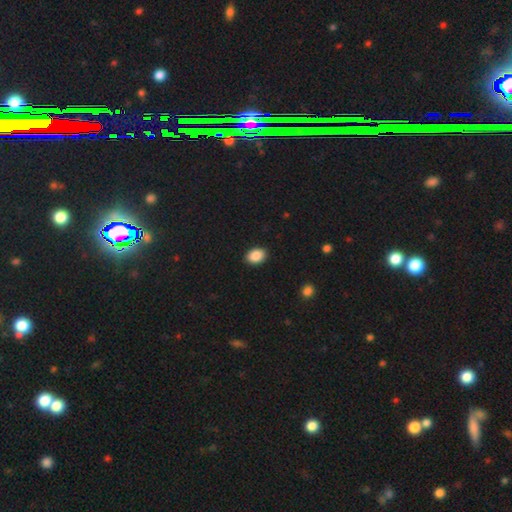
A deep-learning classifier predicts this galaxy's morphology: This appears to be a smooth galaxy with no disk features (89%) that is in between round and cigar-shaped (75%). Merging: none (91%).